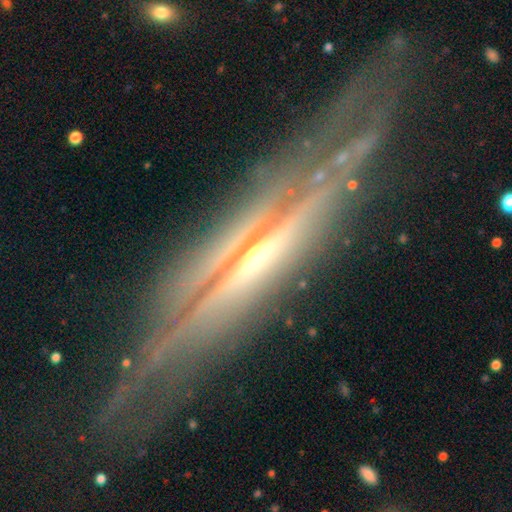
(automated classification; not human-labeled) This is likely a featured or disk galaxy (79%). It is clearly viewed edge-on (88%). Edge-on bulge: likely rounded (62%). Merging: likely none (72%).